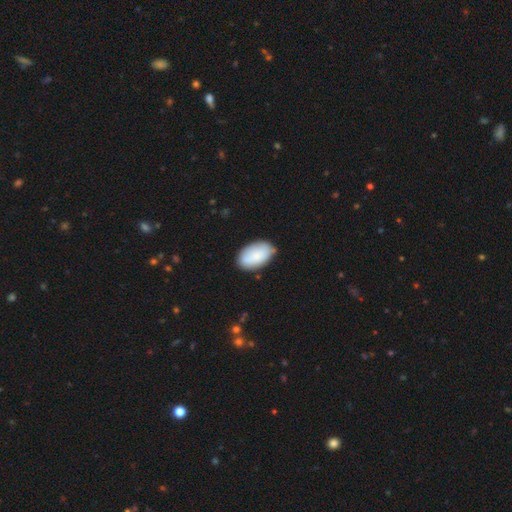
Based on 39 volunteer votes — Smooth or featured? 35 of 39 (90%) said smooth. How rounded? 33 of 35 (94%) said in between. Merging? 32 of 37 (86%) said none.